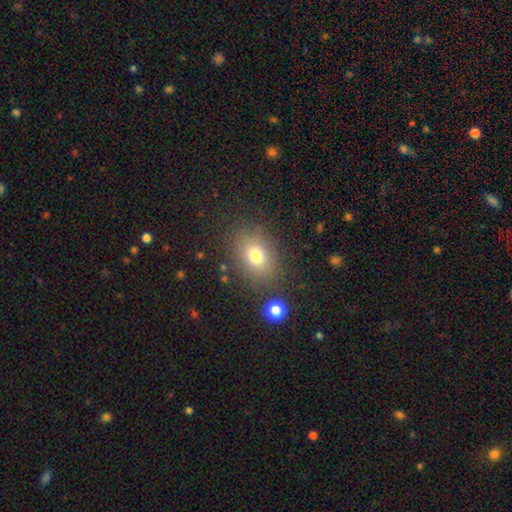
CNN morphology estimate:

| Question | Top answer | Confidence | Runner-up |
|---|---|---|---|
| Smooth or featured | smooth | 75% | star or artifact (13%) |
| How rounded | in between | 65% | round (34%) |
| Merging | none | 81% | minor disturbance (11%) |